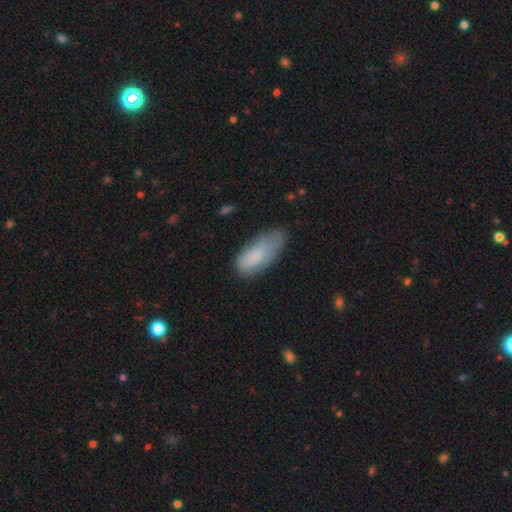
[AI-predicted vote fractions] smooth 82%, featured or disk 11%, star or artifact 7%. Down the decision tree: how rounded — in between (81%); merging — none (47%).